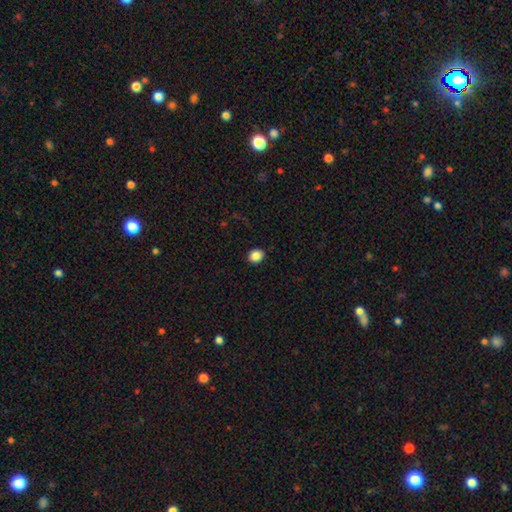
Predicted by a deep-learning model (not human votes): Q: Smooth or featured?
A: smooth (87%); runner-up: star or artifact (9%)
Q: How rounded?
A: round (68%); runner-up: in between (31%)
Q: Merging?
A: none (91%); runner-up: minor disturbance (6%)